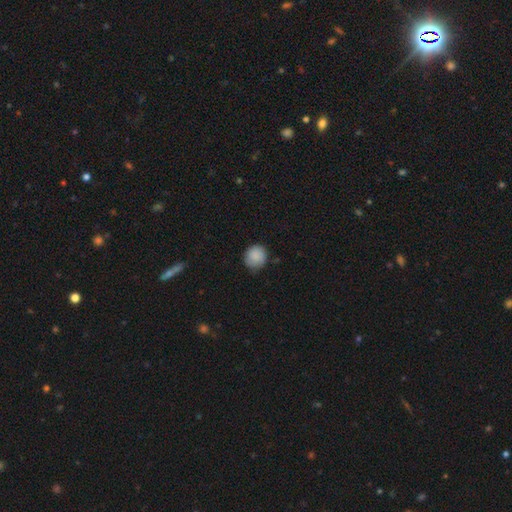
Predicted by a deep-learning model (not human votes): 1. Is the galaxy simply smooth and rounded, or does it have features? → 88% smooth, 8% star or artifact, 5% featured or disk.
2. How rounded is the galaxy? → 84% round, 15% in between, 1% cigar-shaped.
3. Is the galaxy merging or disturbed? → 74% none, 21% minor disturbance, 3% major disturbance, 1% merger.